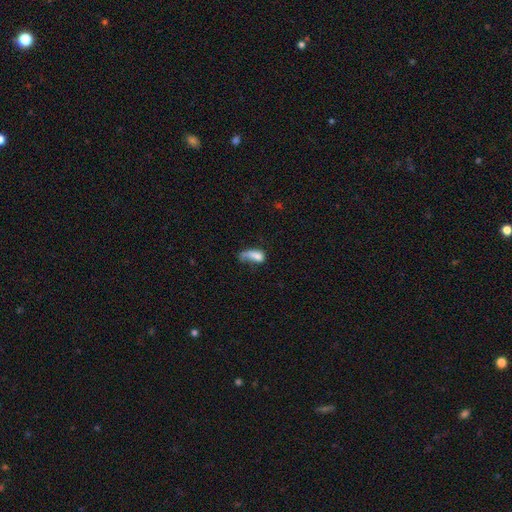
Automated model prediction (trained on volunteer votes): smooth_or_featured: smooth (p=0.69) [alt: featured or disk p=0.21]
how_rounded: in between (p=0.84) [alt: cigar-shaped p=0.09]
merging: major disturbance (p=0.42) [alt: none p=0.23]